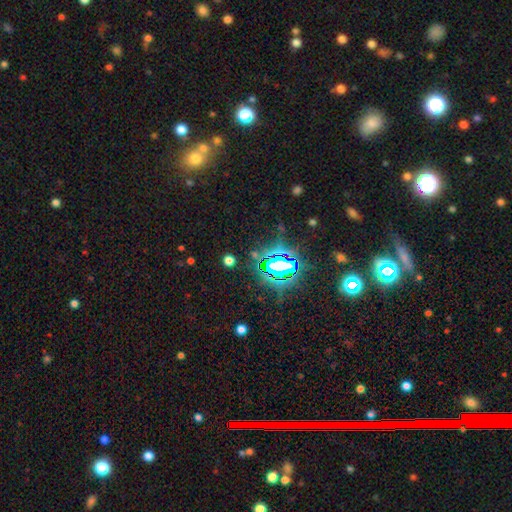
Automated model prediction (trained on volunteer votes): Morphology: type=star or artifact (80%).